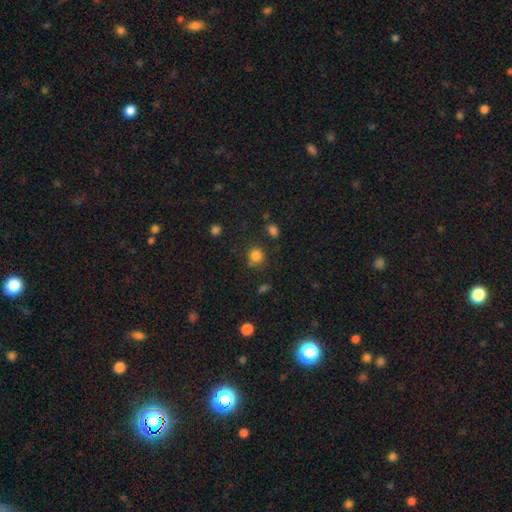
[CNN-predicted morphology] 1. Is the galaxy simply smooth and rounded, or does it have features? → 81% smooth, 13% star or artifact, 5% featured or disk.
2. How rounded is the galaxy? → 84% round, 15% in between, 1% cigar-shaped.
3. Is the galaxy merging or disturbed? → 75% none, 15% minor disturbance, 5% merger, 5% major disturbance.